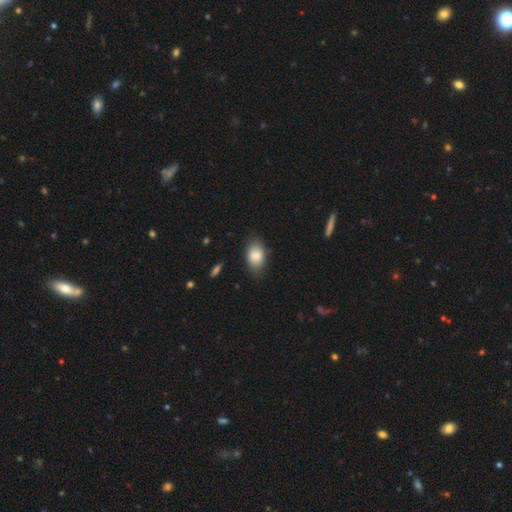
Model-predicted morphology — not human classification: smooth 83%, featured or disk 10%, star or artifact 7%. Down the decision tree: how rounded — in between (88%); merging — none (77%).